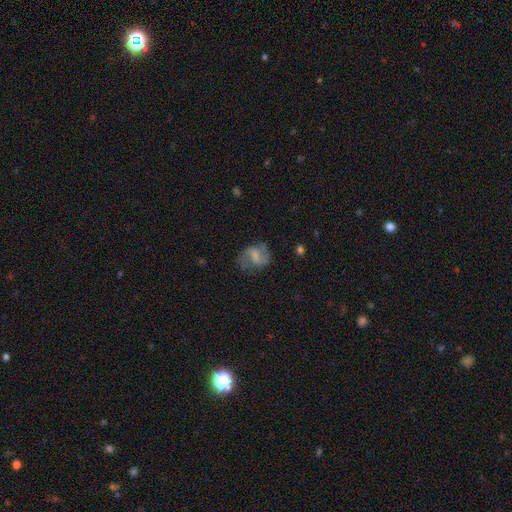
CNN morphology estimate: type=featured or disk (67%); edge-on=no (98%); bar=weak (51%); spiral arms=yes (88%); winding=medium (47%); arm count=2 (85%); bulge=none (39%); merging=none (61%).